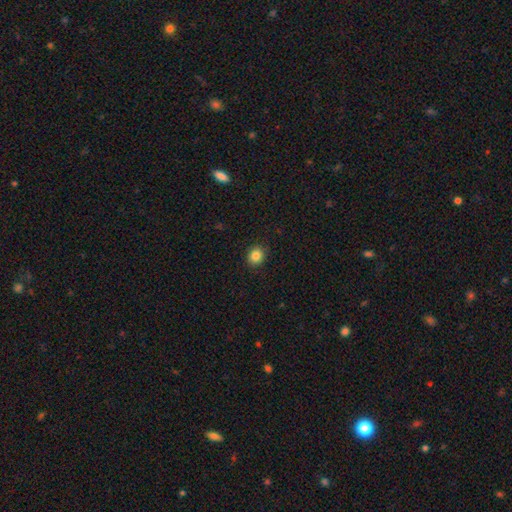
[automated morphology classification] smooth_or_featured: smooth (p=0.85) [alt: star or artifact p=0.10]
how_rounded: round (p=0.73) [alt: in between p=0.26]
merging: none (p=0.89) [alt: minor disturbance p=0.08]